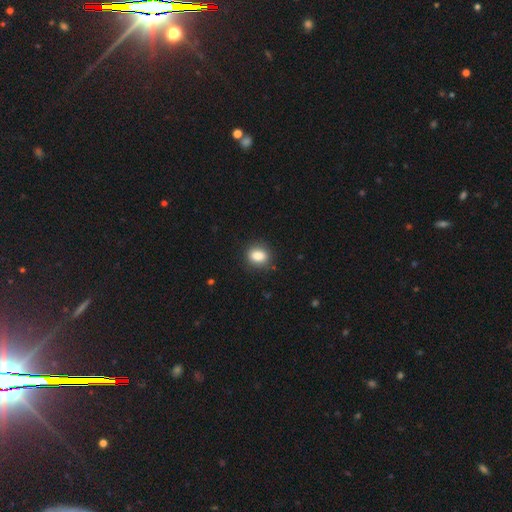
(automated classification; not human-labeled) Smooth or featured: smooth — 85% (star or artifact — 9%)
How rounded: in between — 52% (round — 47%)
Merging: none — 87% (minor disturbance — 9%)